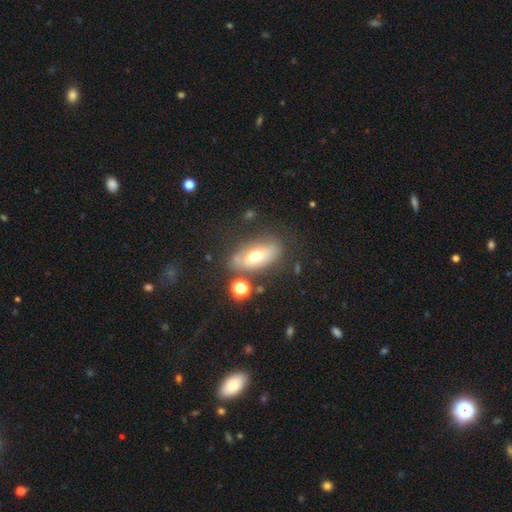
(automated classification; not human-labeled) Q: Smooth or featured?
A: smooth (48%); runner-up: featured or disk (42%)
Q: Merging?
A: none (64%); runner-up: minor disturbance (20%)